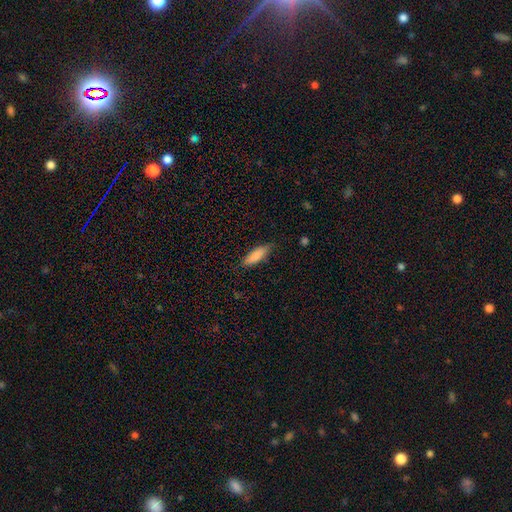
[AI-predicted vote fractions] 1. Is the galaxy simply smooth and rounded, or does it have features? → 84% smooth, 10% featured or disk, 6% star or artifact.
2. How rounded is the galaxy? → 50% cigar-shaped, 48% in between, 2% round.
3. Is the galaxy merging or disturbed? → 79% none, 16% minor disturbance, 3% major disturbance, 1% merger.